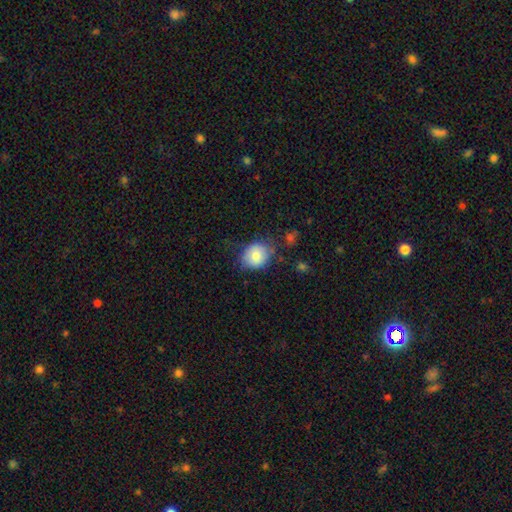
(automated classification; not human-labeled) Smooth or featured? Predicted: smooth (p=0.77). How rounded? Predicted: round (p=0.61). Merging? Predicted: none (p=0.67).